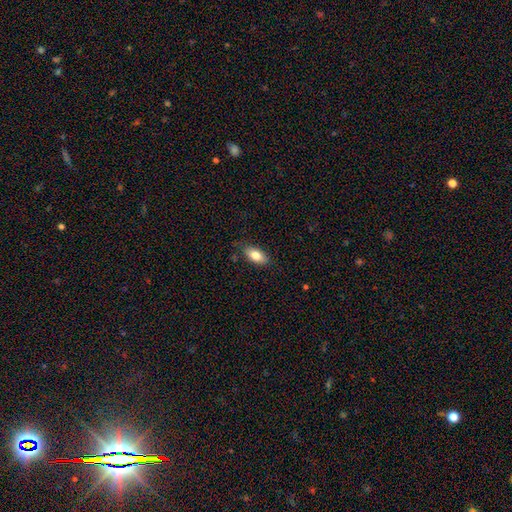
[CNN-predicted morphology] smooth-or-featured: smooth: 80% | featured or disk: 13% | star or artifact: 7%
  how-rounded: in between: 89% | cigar-shaped: 8% | round: 3%
  merging: none: 81% | minor disturbance: 15% | major disturbance: 3% | merger: 1%